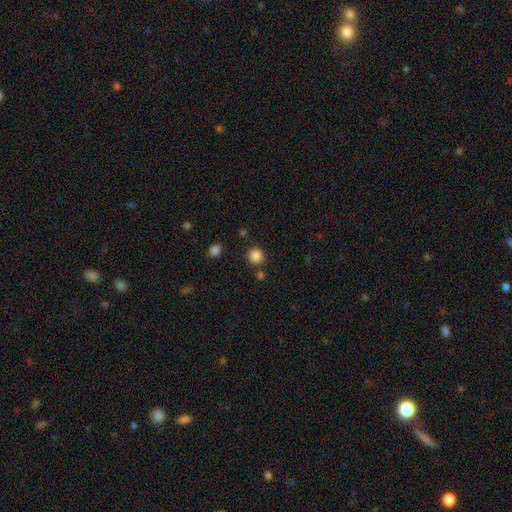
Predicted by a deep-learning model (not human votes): Q: Smooth or featured?
A: smooth (86%); runner-up: star or artifact (11%)
Q: How rounded?
A: round (92%); runner-up: in between (7%)
Q: Merging?
A: none (85%); runner-up: minor disturbance (7%)